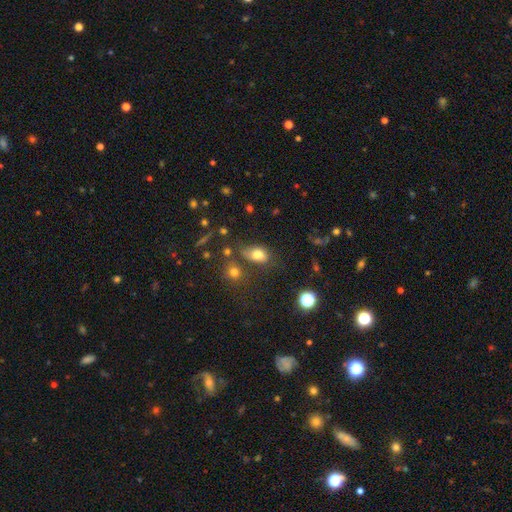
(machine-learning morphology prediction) A smooth galaxy with no disk features (75%) that is in between round and cigar-shaped (80%).

Vote fractions:
- Smooth or featured? smooth: 75% / star or artifact: 14% / featured or disk: 11%
- How rounded? in between: 80% / round: 17% / cigar-shaped: 3%
- Merging? none: 45% / minor disturbance: 26% / merger: 16% / major disturbance: 13%